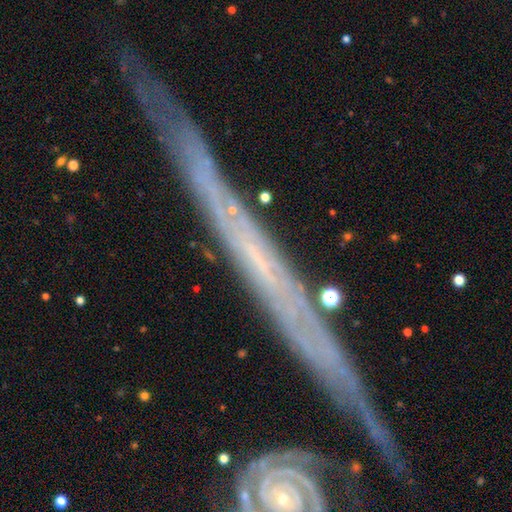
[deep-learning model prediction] This appears to be a featured or disk galaxy (72%) viewed edge-on (80%) with no central bulge (86%). Merging: none (74%).